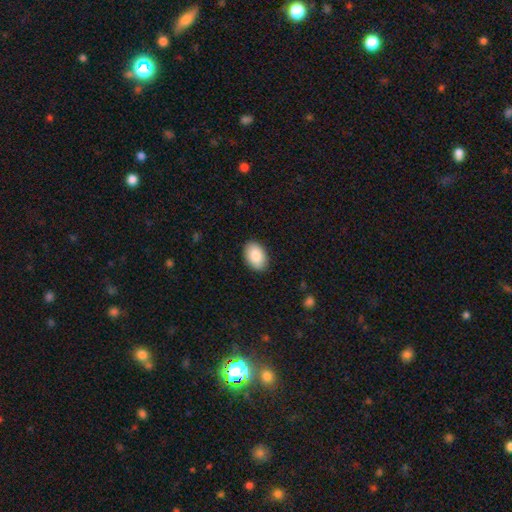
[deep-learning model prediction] smooth_or_featured: smooth (p=0.87) [alt: featured or disk p=0.06]
how_rounded: in between (p=0.88) [alt: round p=0.11]
merging: none (p=0.88) [alt: minor disturbance p=0.09]